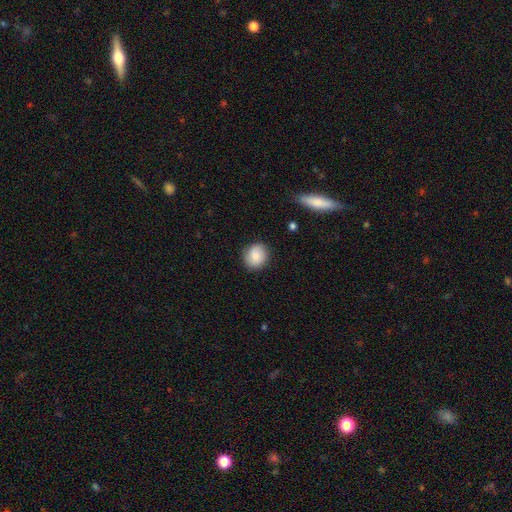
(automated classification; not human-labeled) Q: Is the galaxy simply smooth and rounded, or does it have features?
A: smooth — 84%.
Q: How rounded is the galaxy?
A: round — 81%.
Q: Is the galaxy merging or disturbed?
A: none — 85%.